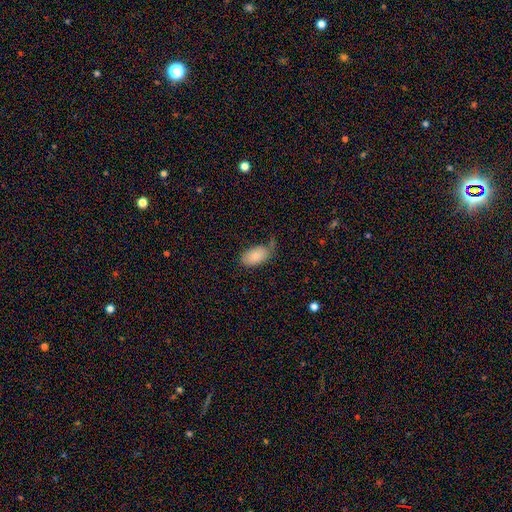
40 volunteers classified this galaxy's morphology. Q: Smooth or featured?
A: smooth (88%); runner-up: star or artifact (8%)
Q: How rounded?
A: in between (94%); runner-up: round (6%)
Q: Merging?
A: none (49%); runner-up: minor disturbance (46%)